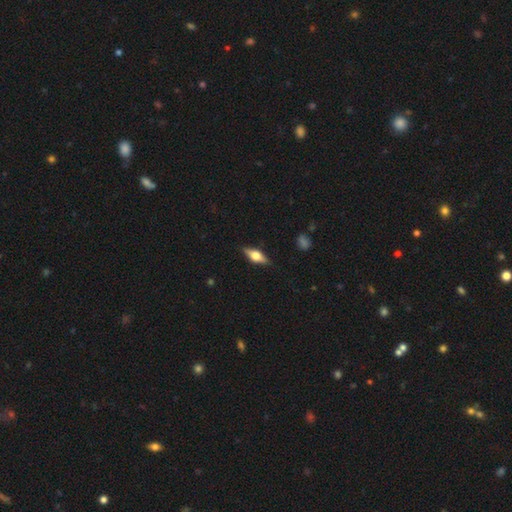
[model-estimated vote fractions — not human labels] A featured or disk galaxy (58%) viewed edge-on (94%) with a rounded central bulge (92%). Merging: none (87%).